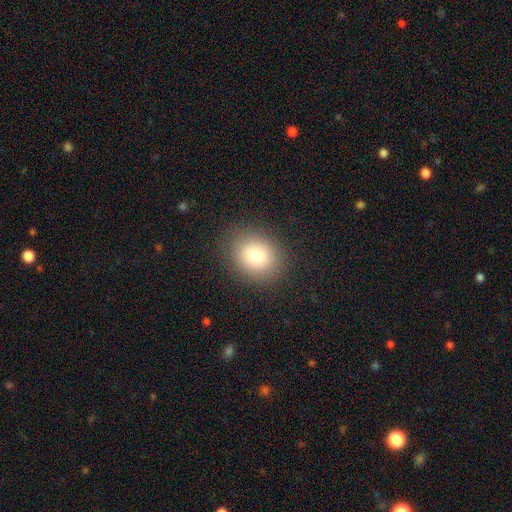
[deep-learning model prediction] Smooth or featured? Predicted: smooth (p=0.79). How rounded? Predicted: round (p=0.61). Merging? Predicted: none (p=0.87).